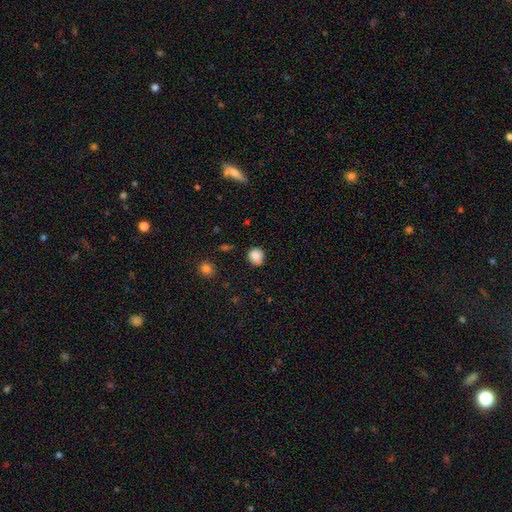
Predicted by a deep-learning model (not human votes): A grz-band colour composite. It shows a smooth galaxy with no disk features (86%) that is round (81%). Merging: none (79%).